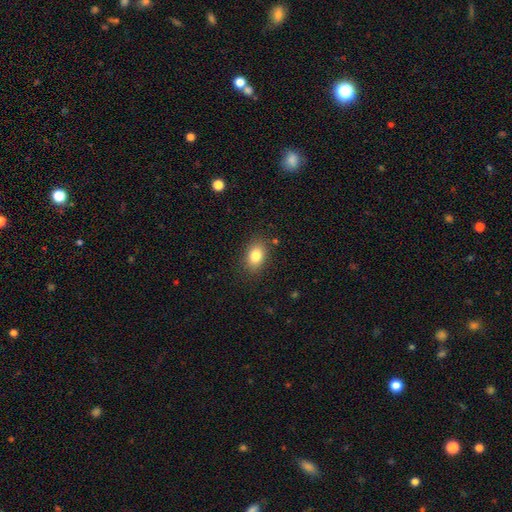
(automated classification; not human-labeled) A smooth galaxy with no disk features (82%) that is in between round and cigar-shaped (80%).

Vote fractions:
- Smooth or featured? smooth: 82% / star or artifact: 9% / featured or disk: 9%
- How rounded? in between: 80% / round: 19% / cigar-shaped: 1%
- Merging? none: 86% / minor disturbance: 10% / major disturbance: 3% / merger: 1%